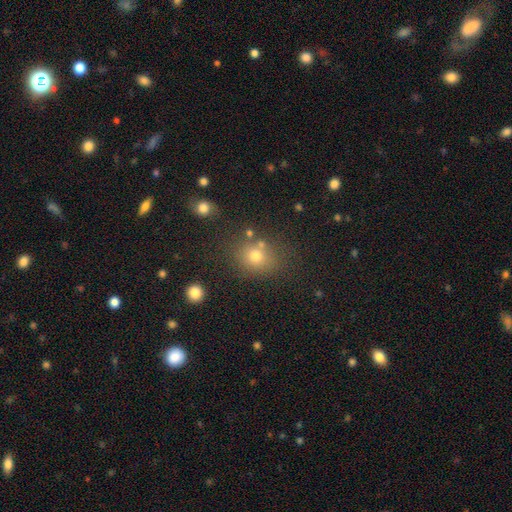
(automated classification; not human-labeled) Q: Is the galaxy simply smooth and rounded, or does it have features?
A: smooth — 72%.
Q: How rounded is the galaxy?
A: round — 63%.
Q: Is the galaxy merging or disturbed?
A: none — 72%.